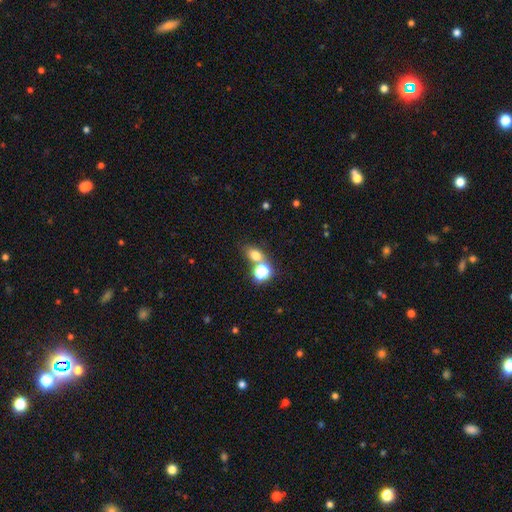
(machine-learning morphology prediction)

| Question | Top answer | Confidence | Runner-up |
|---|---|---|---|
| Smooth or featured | smooth | 70% | star or artifact (20%) |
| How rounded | in between | 54% | round (44%) |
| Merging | none | 54% | merger (32%) |